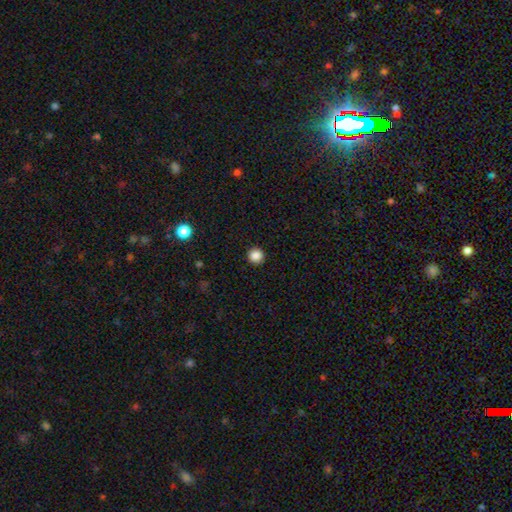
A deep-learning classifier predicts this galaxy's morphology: smooth-or-featured: smooth: 87% | star or artifact: 10% | featured or disk: 3%
  how-rounded: round: 95% | in between: 4% | cigar-shaped: 1%
  merging: none: 93% | minor disturbance: 4% | major disturbance: 2% | merger: 1%